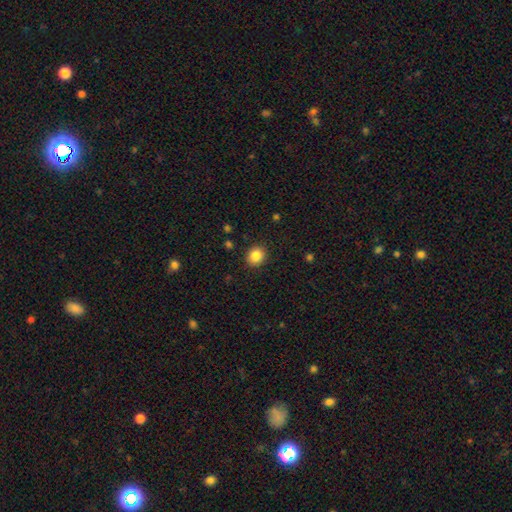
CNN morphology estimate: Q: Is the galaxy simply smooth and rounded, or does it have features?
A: smooth — 86%.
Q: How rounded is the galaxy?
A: round — 78%.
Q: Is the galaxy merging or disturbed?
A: none — 90%.